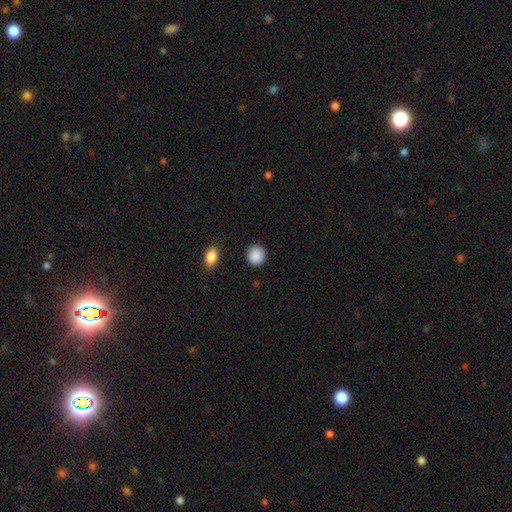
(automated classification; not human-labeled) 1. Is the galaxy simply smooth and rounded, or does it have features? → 90% smooth, 7% star or artifact, 3% featured or disk.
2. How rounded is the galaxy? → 87% round, 12% in between, 1% cigar-shaped.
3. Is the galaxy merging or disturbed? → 88% none, 8% minor disturbance, 2% major disturbance, 2% merger.